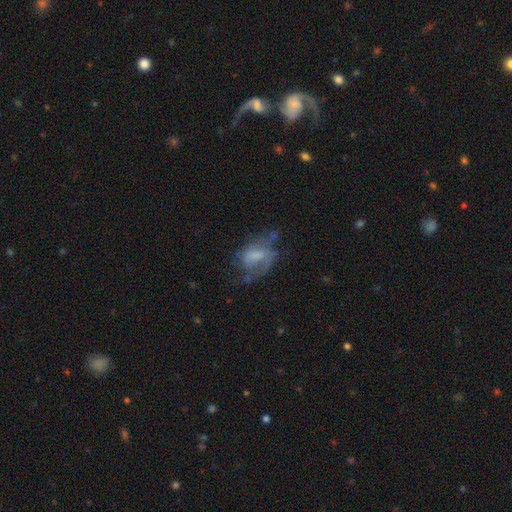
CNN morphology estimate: Q: Smooth or featured?
A: featured or disk (49%); runner-up: smooth (40%)
Q: Merging?
A: major disturbance (35%); runner-up: none (34%)